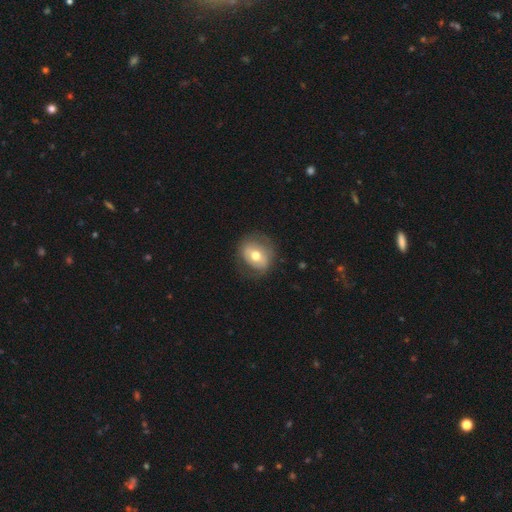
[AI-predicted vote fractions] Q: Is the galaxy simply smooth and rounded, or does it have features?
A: smooth — 55%.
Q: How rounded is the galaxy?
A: round — 62%.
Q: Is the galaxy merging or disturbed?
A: none — 69%.